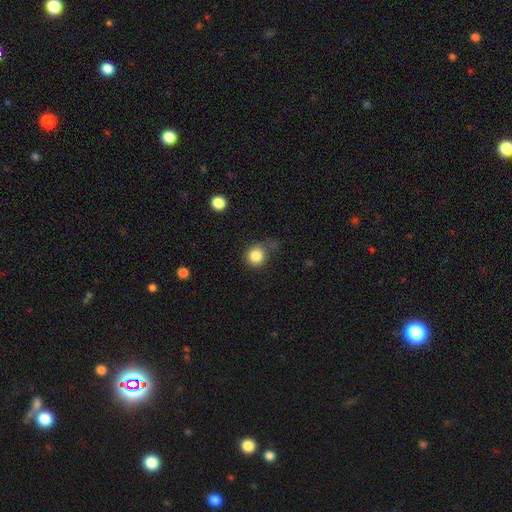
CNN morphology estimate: Overall: smooth (85%). How rounded: round (87%). Merging: none (63%).